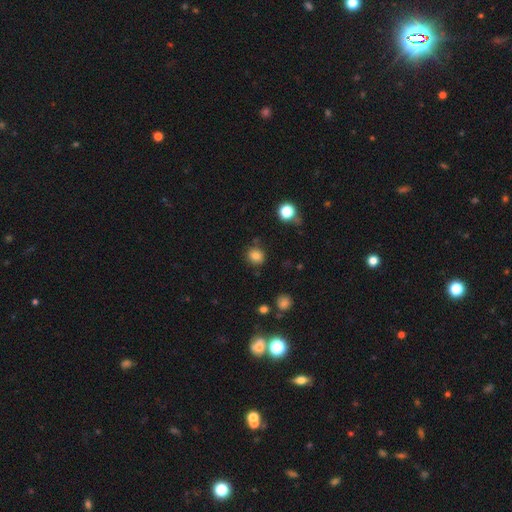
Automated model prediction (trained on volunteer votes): This appears to be a smooth galaxy with no disk features (81%) that is round (85%). Merging: none (84%).